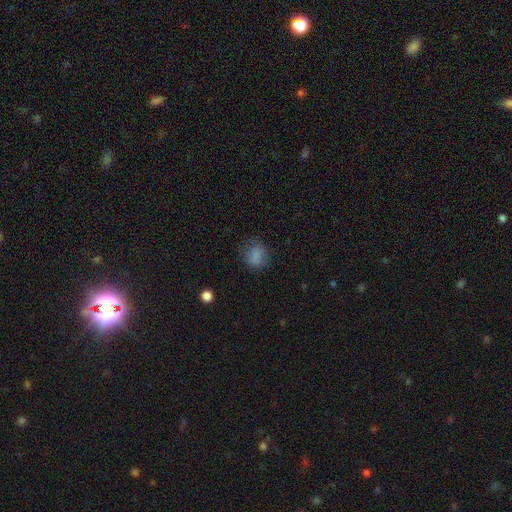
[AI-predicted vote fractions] smooth 81%, star or artifact 12%, featured or disk 7%. Down the decision tree: how rounded — round (72%); merging — none (73%).